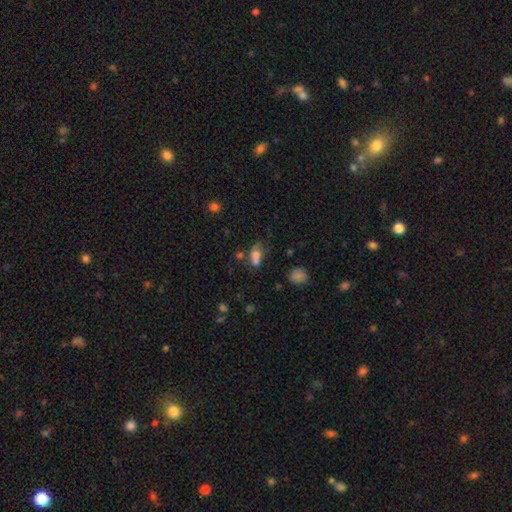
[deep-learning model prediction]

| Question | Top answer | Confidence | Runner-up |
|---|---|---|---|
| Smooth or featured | smooth | 68% | featured or disk (18%) |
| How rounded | in between | 71% | round (26%) |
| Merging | merger | 41% | none (30%) |